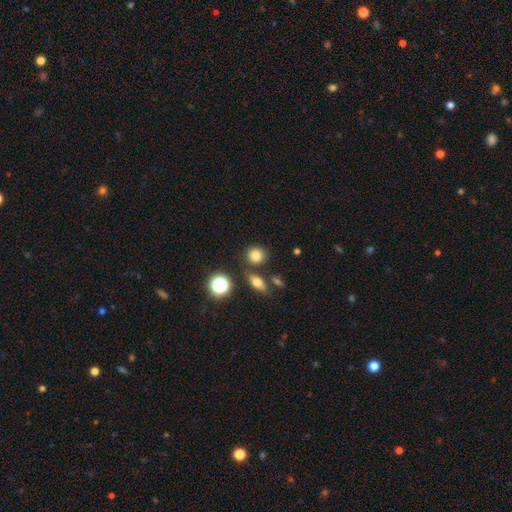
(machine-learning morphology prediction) type=smooth (78%); roundness=round (82%); merging=none (77%).